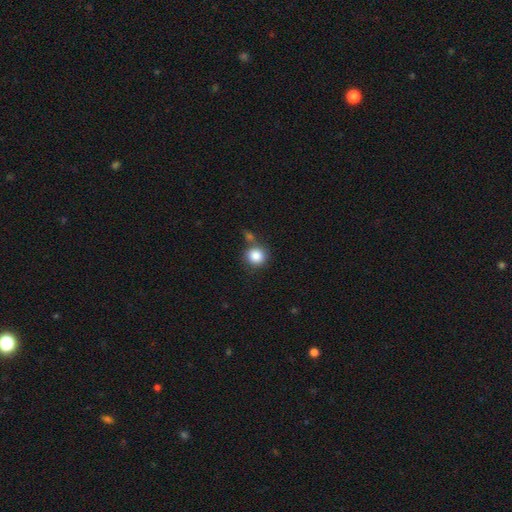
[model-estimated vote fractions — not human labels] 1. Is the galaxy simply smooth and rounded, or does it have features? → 86% smooth, 9% star or artifact, 5% featured or disk.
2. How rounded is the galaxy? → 91% round, 8% in between, 1% cigar-shaped.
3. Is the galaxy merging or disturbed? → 68% none, 16% merger, 12% minor disturbance, 4% major disturbance.